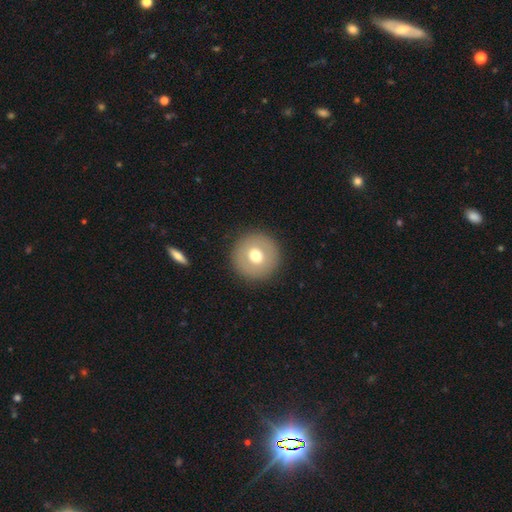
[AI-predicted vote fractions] Morphology: type=smooth (67%); roundness=round (96%); merging=none (92%).